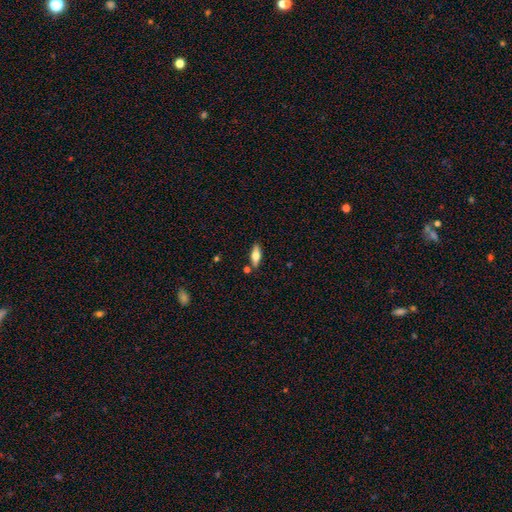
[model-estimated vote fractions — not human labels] Smooth or featured?
  - smooth: 61% *
  - featured or disk: 33%
  - star or artifact: 7%
How rounded?
  - in between: 68% *
  - cigar-shaped: 29%
  - round: 3%
Merging?
  - none: 81% *
  - minor disturbance: 11%
  - merger: 6%
  - major disturbance: 2%